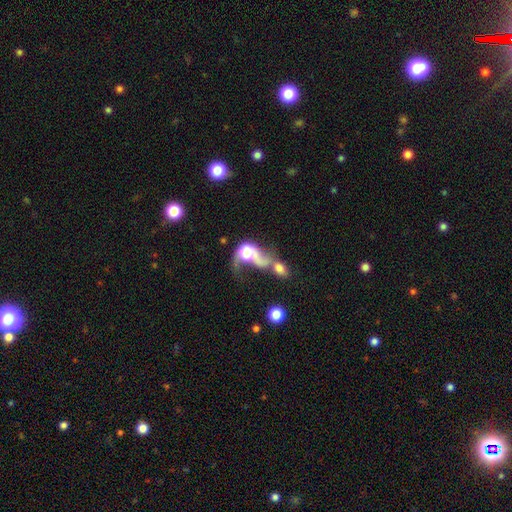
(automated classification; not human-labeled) smooth_or_featured: featured or disk (p=0.44) [alt: smooth p=0.40]
merging: merger (p=0.56) [alt: major disturbance p=0.24]